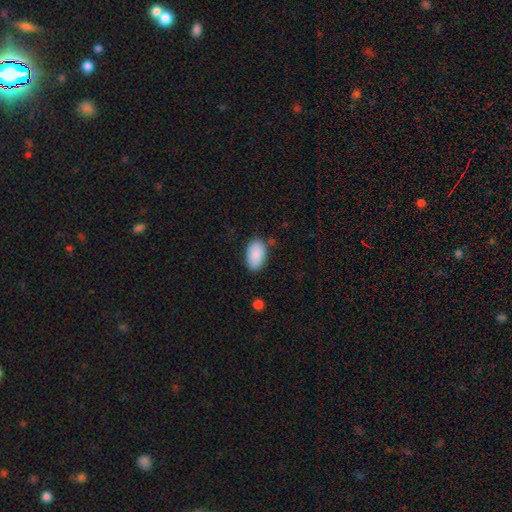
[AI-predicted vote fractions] Q: Smooth or featured?
A: smooth (90%); runner-up: star or artifact (6%)
Q: How rounded?
A: in between (95%); runner-up: round (4%)
Q: Merging?
A: none (81%); runner-up: minor disturbance (14%)